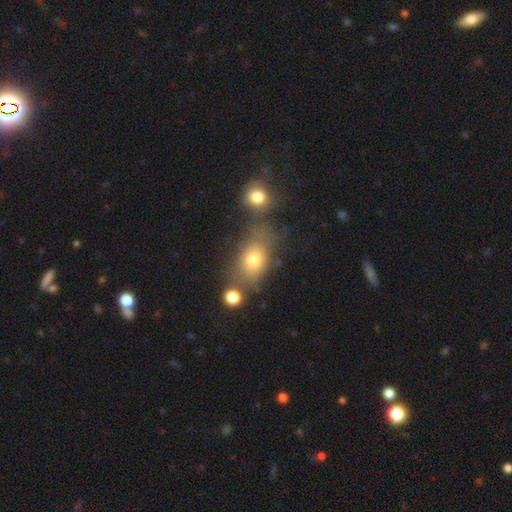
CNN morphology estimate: This is likely a smooth galaxy (72%). How rounded: likely in between (72%). Merging: possibly none (53%).